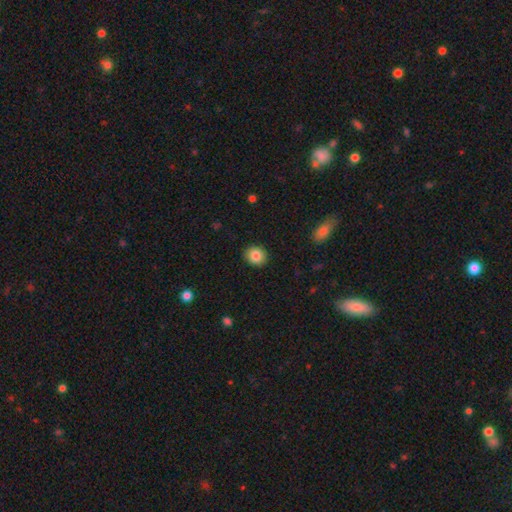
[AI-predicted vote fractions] A smooth galaxy with no disk features (84%) that is round (80%). Merging: none (91%).